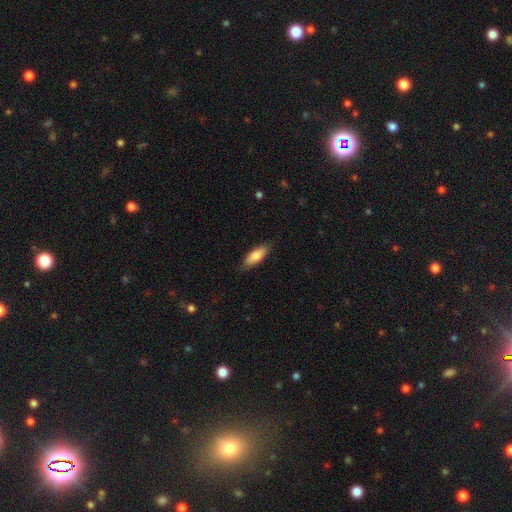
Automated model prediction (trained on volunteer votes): A smooth galaxy with no disk features (81%) that is in between round and cigar-shaped (65%). Merging: none (85%).